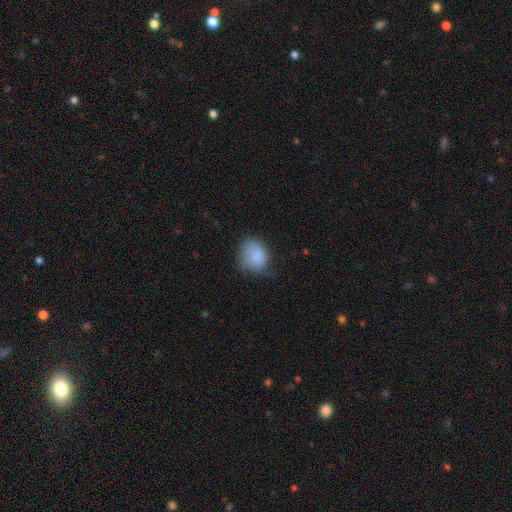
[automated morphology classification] This is clearly a smooth galaxy (86%). How rounded: likely round (61%). Merging: likely none (63%).